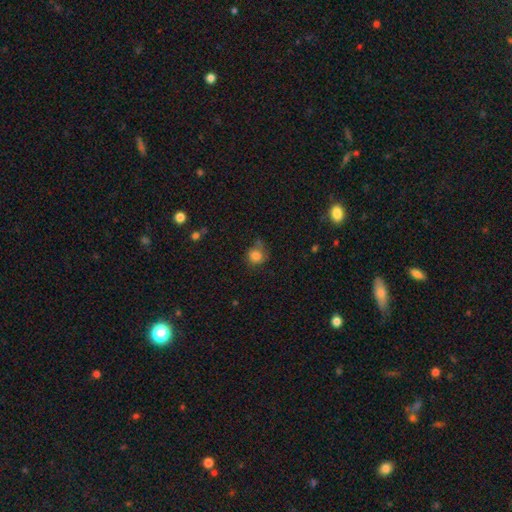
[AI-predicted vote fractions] This is clearly a smooth galaxy (81%). How rounded: clearly round (81%). Merging: possibly none (56%).